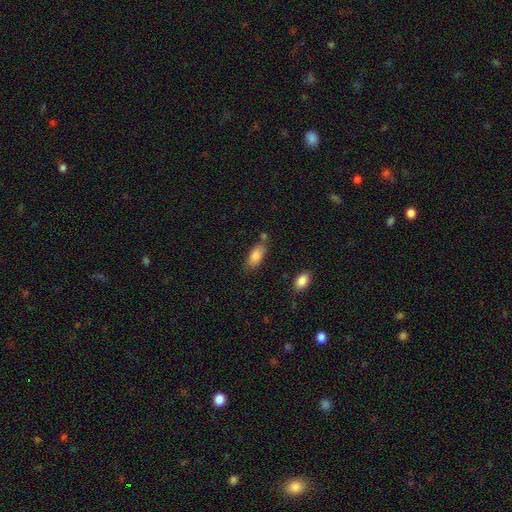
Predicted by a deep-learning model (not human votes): A smooth galaxy with no disk features (86%) that is in between round and cigar-shaped (85%). Merging: none (67%).